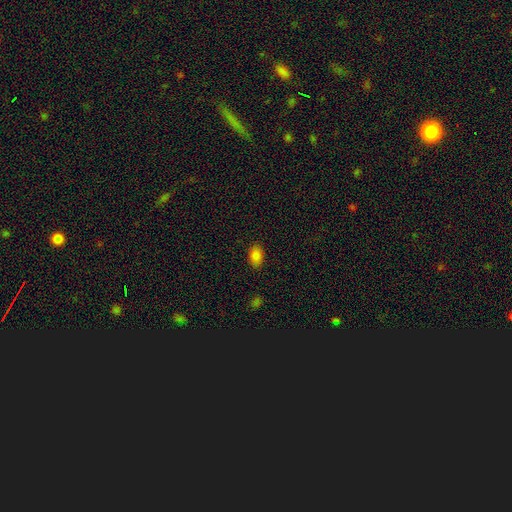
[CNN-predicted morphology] Smooth or featured?
  - smooth: 85% *
  - star or artifact: 10%
  - featured or disk: 5%
How rounded?
  - in between: 87% *
  - round: 12%
  - cigar-shaped: 1%
Merging?
  - none: 87% *
  - minor disturbance: 9%
  - major disturbance: 2%
  - merger: 1%